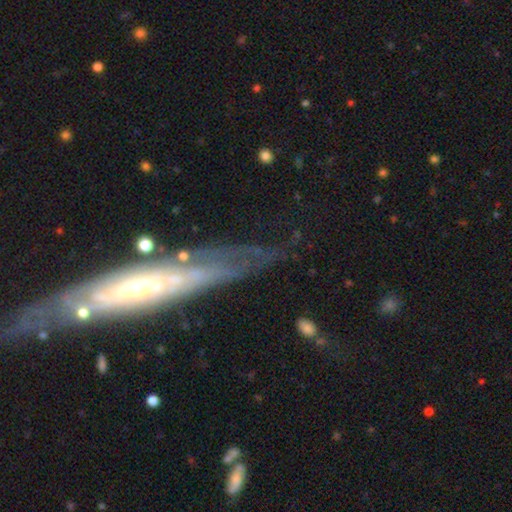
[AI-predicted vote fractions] The model was most divided on "edge-on disk": yes: 53%, no: 47%. More confident: smooth or featured — featured or disk (77%); merging — none (70%).